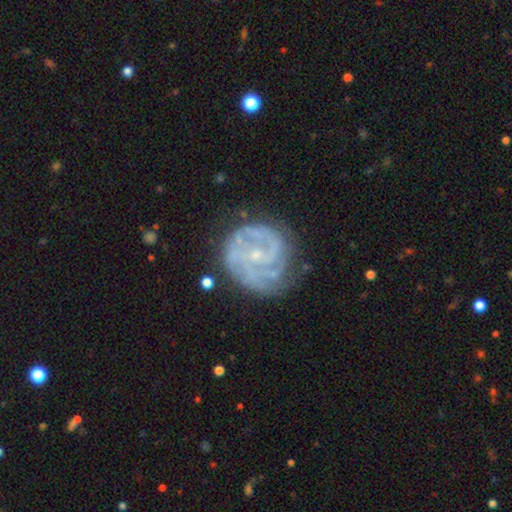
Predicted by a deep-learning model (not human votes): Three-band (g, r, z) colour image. It shows a featured or disk galaxy (83%) with no bar (60%), tight (58%) spiral arms (91%) and a small central bulge (79%). Merging: none (65%).